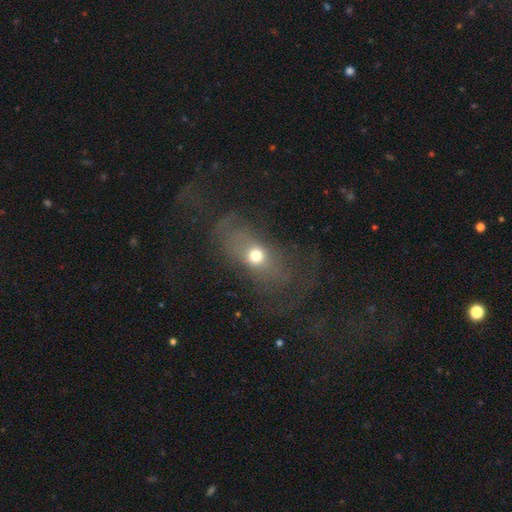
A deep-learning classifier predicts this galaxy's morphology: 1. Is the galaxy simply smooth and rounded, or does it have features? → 53% smooth, 31% featured or disk, 17% star or artifact.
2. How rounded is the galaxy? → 60% in between, 33% round, 6% cigar-shaped.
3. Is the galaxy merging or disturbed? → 46% none, 33% major disturbance, 18% minor disturbance, 3% merger.